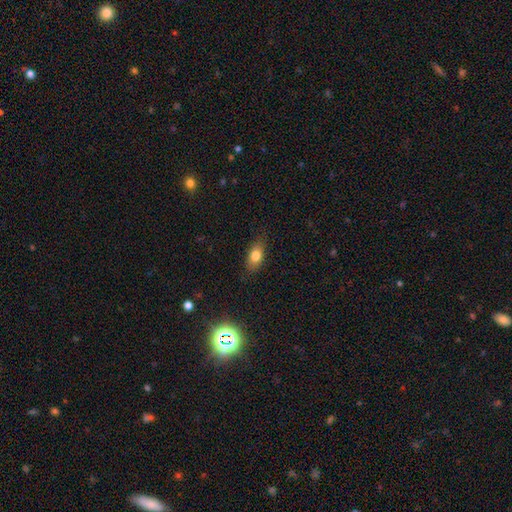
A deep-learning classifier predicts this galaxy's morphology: Smooth or featured? smooth (78%)
How rounded? in between (82%)
Merging? none (81%)